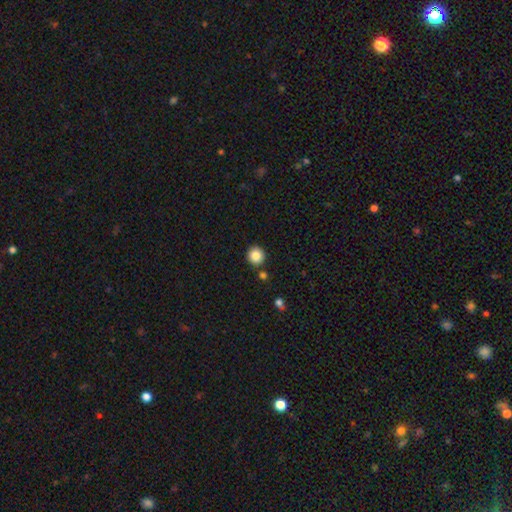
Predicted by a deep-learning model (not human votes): Morphology: type=smooth (85%); roundness=round (93%); merging=none (86%).